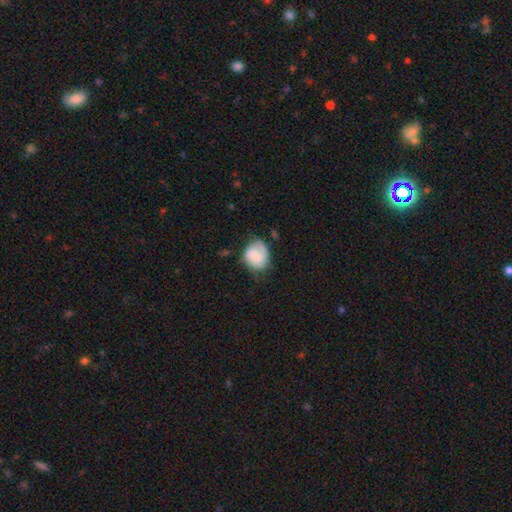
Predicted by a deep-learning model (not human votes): Smooth or featured?
  - smooth: 56% *
  - featured or disk: 37%
  - star or artifact: 7%
How rounded?
  - round: 60% *
  - in between: 39%
  - cigar-shaped: 1%
Merging?
  - none: 52% *
  - minor disturbance: 32%
  - major disturbance: 14%
  - merger: 3%